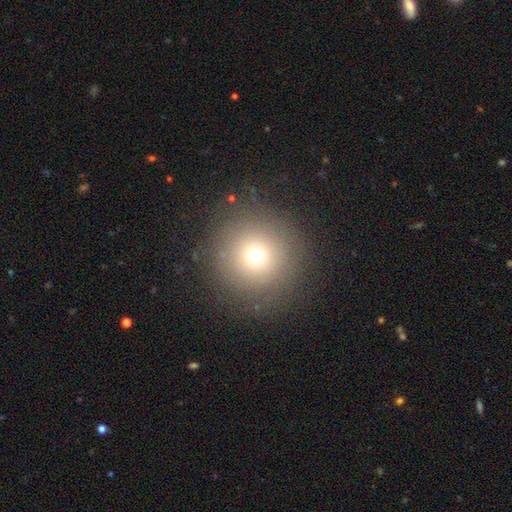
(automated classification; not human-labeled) Smooth or featured? Predicted: smooth (p=0.70). How rounded? Predicted: round (p=0.96). Merging? Predicted: none (p=0.88).